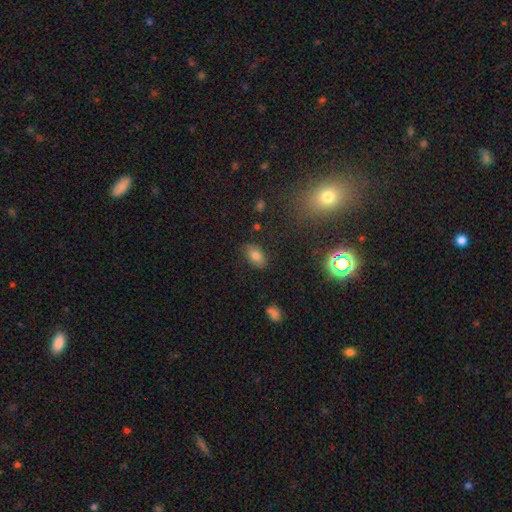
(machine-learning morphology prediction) A smooth galaxy with no disk features (77%) that is in between round and cigar-shaped (90%). Merging: none (84%).